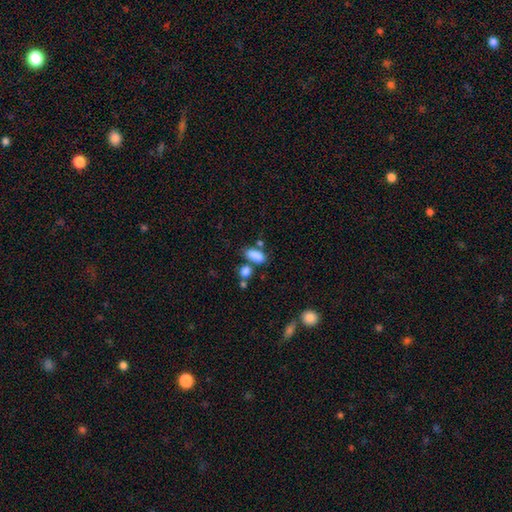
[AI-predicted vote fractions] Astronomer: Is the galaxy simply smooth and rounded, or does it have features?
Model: smooth — 84%.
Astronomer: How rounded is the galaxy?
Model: in between — 83%.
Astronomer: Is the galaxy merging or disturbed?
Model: none — 56%.